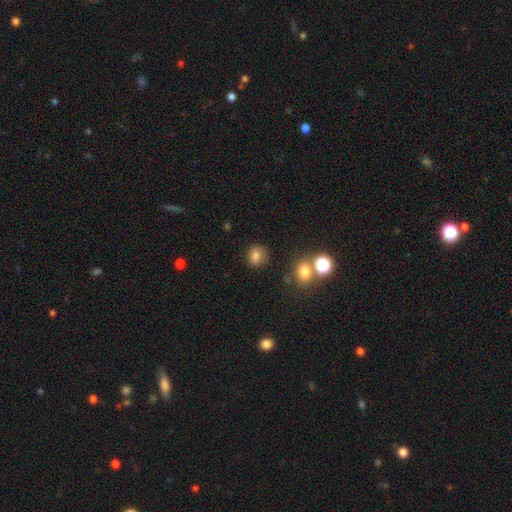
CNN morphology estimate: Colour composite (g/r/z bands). It shows a smooth galaxy with no disk features (80%) that is round (79%). Merging: none (83%).